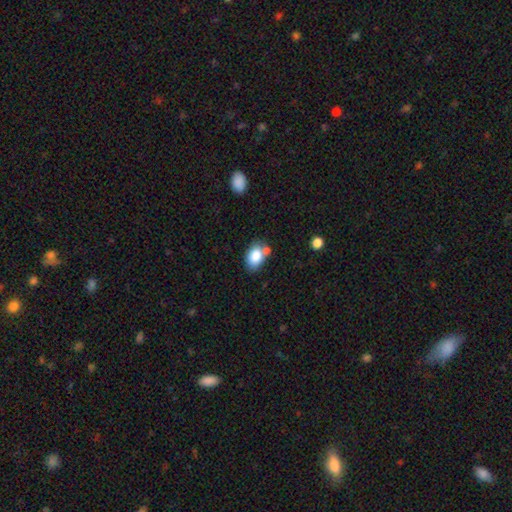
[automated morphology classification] Smooth or featured? smooth (83%)
How rounded? in between (81%)
Merging? none (57%)